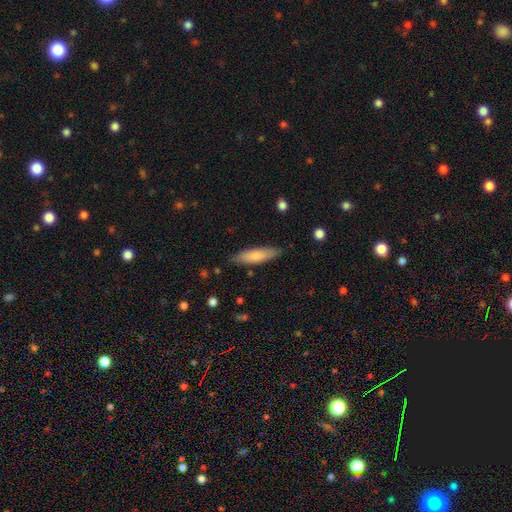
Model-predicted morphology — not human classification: Smooth or featured: smooth — 77% (featured or disk — 17%)
How rounded: cigar-shaped — 67% (in between — 32%)
Merging: none — 83% (minor disturbance — 13%)